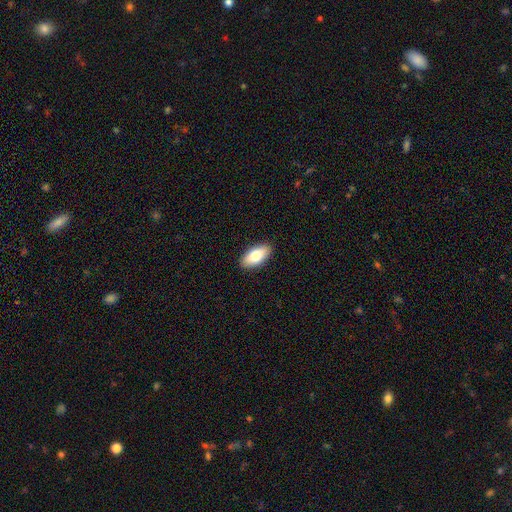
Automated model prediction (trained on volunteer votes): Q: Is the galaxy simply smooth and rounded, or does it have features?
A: smooth — 78%.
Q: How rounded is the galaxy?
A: in between — 91%.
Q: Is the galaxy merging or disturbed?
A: none — 90%.